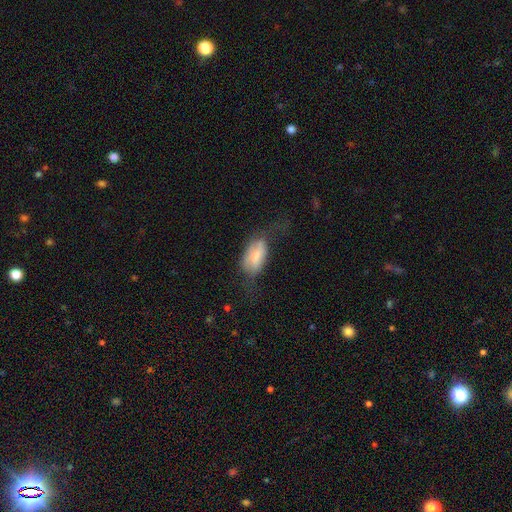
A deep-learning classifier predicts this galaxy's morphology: Q: Smooth or featured?
A: smooth (66%); runner-up: featured or disk (26%)
Q: How rounded?
A: in between (89%); runner-up: cigar-shaped (7%)
Q: Merging?
A: major disturbance (38%); runner-up: minor disturbance (30%)